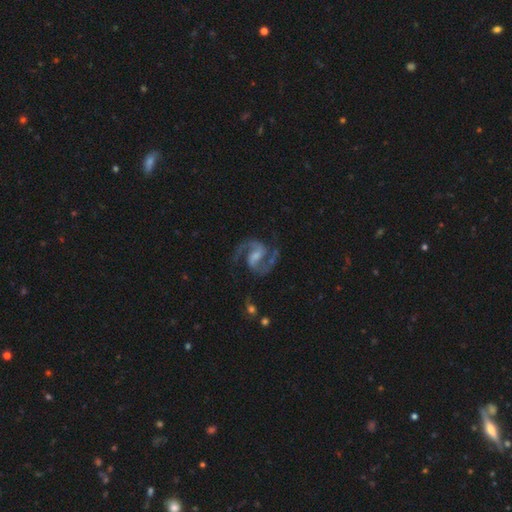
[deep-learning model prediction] Smooth or featured: featured or disk — 93% (star or artifact — 4%)
Edge-on disk: no — 98% (yes — 2%)
Bar: weak — 52% (strong — 28%)
Spiral arms: yes — 98% (no — 2%)
Spiral winding: medium — 67% (loose — 21%)
Spiral arm count: 2 — 94% (3 — 1%)
Bulge size: small — 34% (tied with moderate — 34%)
Merging: none — 77% (minor disturbance — 13%)